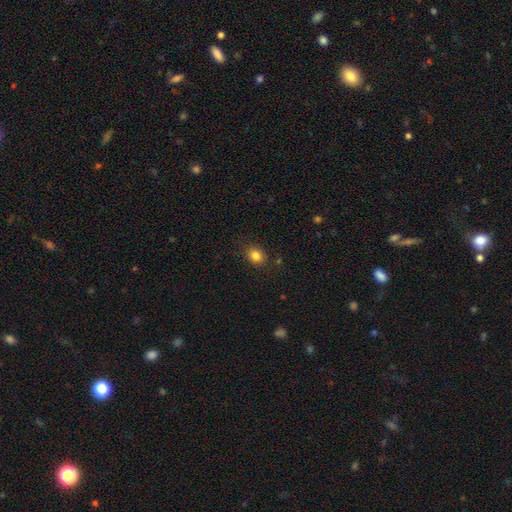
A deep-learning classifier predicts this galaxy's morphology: This is clearly a smooth galaxy (83%). How rounded: possibly round (57%). Merging: clearly none (86%).